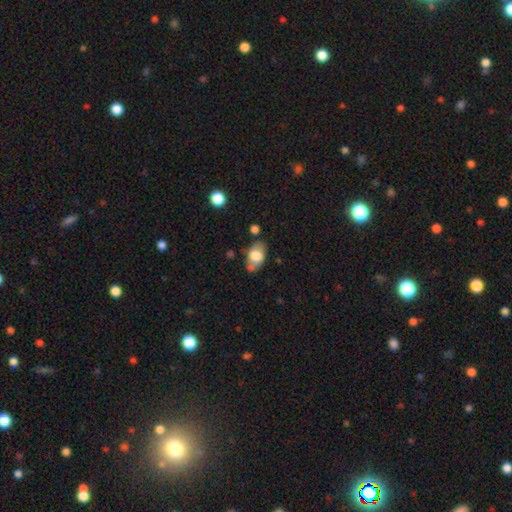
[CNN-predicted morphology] Smooth or featured?
  - smooth: 73% *
  - featured or disk: 20%
  - star or artifact: 8%
How rounded?
  - in between: 88% *
  - round: 11%
  - cigar-shaped: 2%
Merging?
  - none: 63% *
  - minor disturbance: 21%
  - merger: 10%
  - major disturbance: 6%